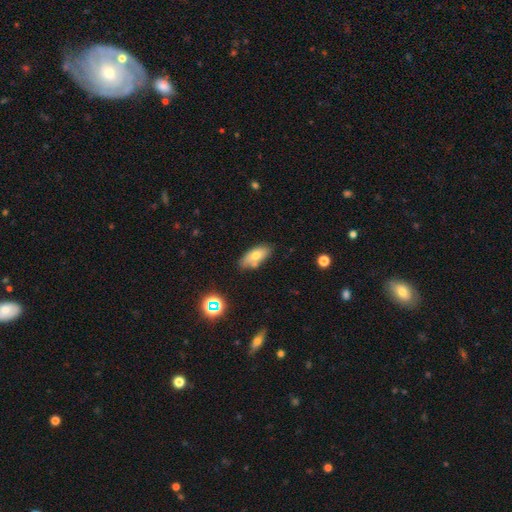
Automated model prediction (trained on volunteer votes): Smooth or featured? smooth (69%)
How rounded? in between (86%)
Merging? none (69%)